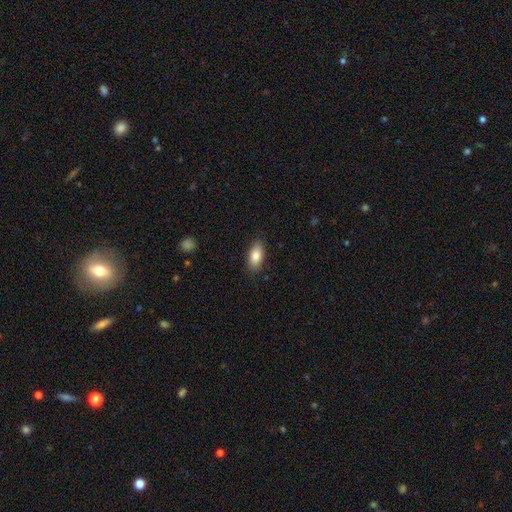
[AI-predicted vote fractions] smooth 84%, featured or disk 9%, star or artifact 7%. Down the decision tree: how rounded — in between (89%); merging — none (87%).